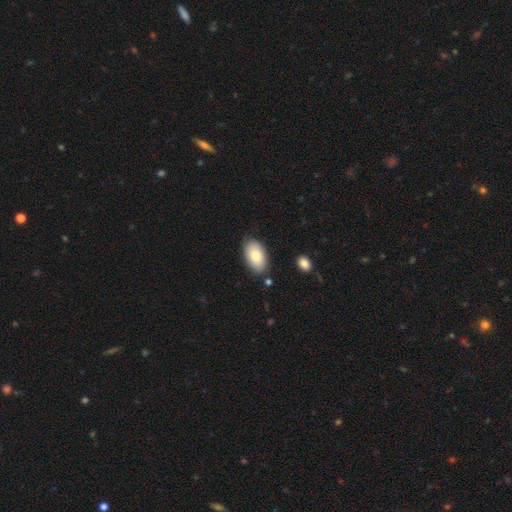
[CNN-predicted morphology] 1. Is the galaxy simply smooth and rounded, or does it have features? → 78% smooth, 16% featured or disk, 6% star or artifact.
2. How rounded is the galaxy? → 94% in between, 4% round, 2% cigar-shaped.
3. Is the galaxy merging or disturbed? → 82% none, 13% minor disturbance, 3% merger, 3% major disturbance.